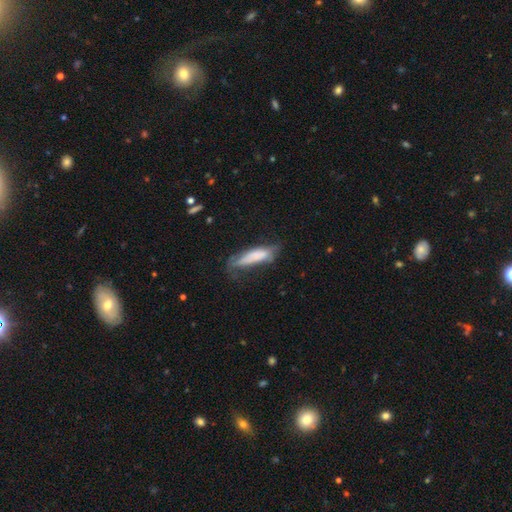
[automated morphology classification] This is likely a smooth galaxy (67%). How rounded: likely cigar-shaped (69%). Merging: marginally none (44%).